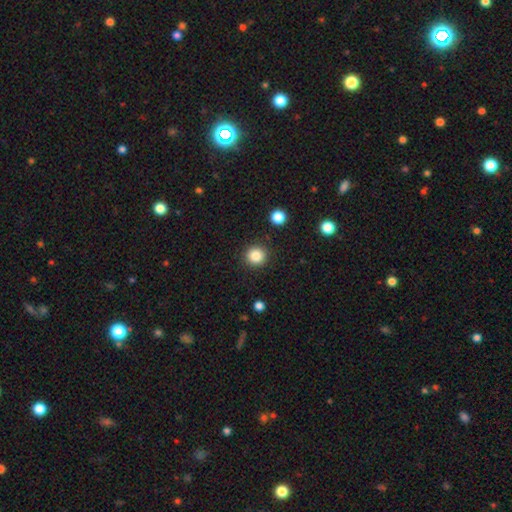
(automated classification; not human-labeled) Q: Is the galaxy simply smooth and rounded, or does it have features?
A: smooth — 85%.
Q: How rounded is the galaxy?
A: round — 93%.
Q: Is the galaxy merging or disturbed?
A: none — 90%.